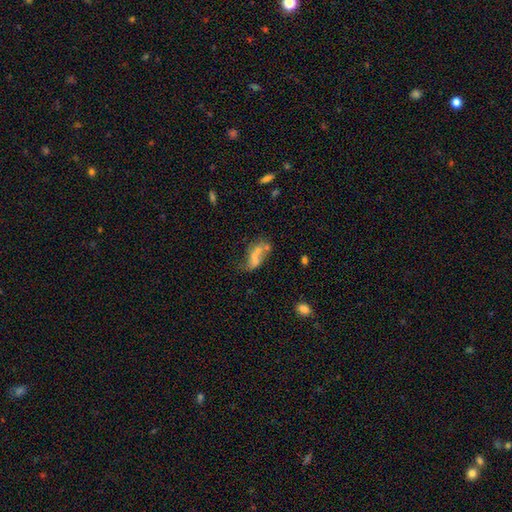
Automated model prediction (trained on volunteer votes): Morphology: type=featured or disk (45%); merging=merger (46%).